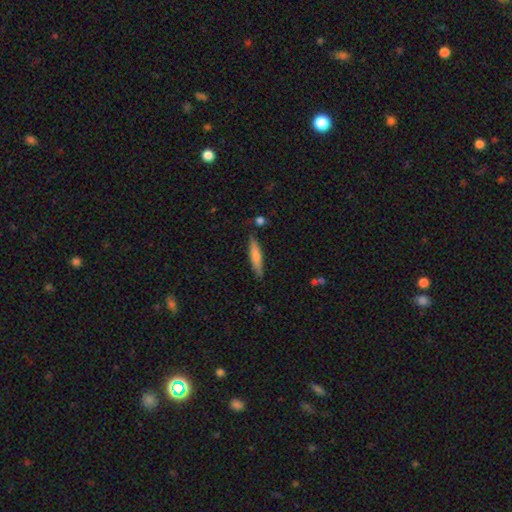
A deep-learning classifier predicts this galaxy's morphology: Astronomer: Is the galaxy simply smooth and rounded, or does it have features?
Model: smooth — 71%.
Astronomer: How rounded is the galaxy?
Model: cigar-shaped — 86%.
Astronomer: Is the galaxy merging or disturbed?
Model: none — 82%.